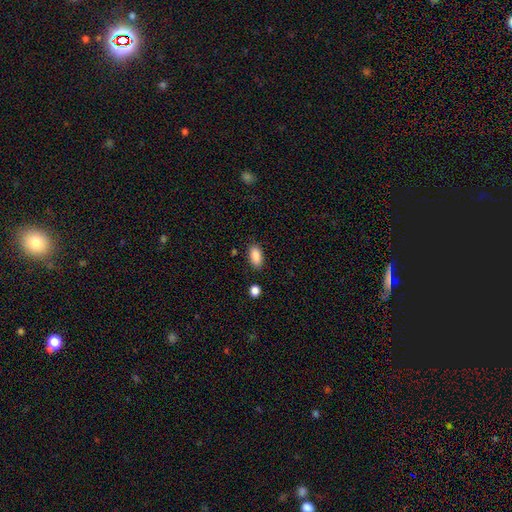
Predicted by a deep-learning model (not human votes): Morphology: type=smooth (88%); roundness=in between (89%); merging=none (84%).